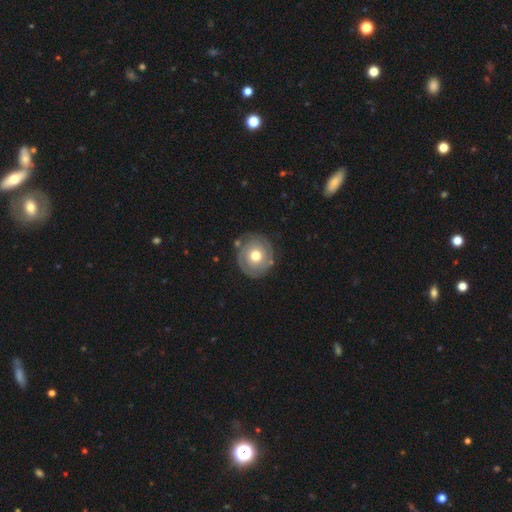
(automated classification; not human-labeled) This appears to be a featured or disk galaxy (57%) with no bar (87%), spiral arms (69%) and a moderate central bulge (73%). Merging: none (79%).